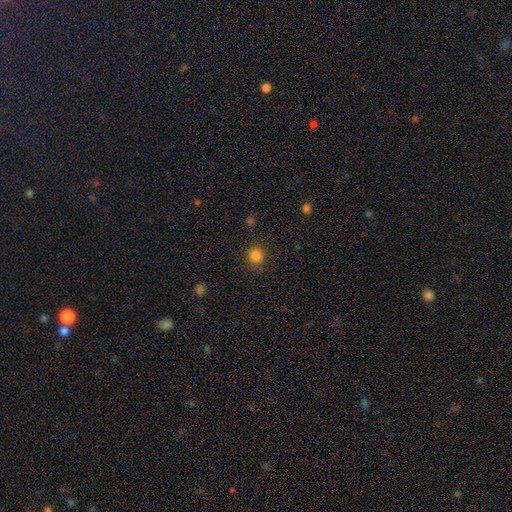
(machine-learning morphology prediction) Q: Smooth or featured?
A: smooth (84%); runner-up: star or artifact (12%)
Q: How rounded?
A: round (88%); runner-up: in between (12%)
Q: Merging?
A: none (84%); runner-up: minor disturbance (11%)